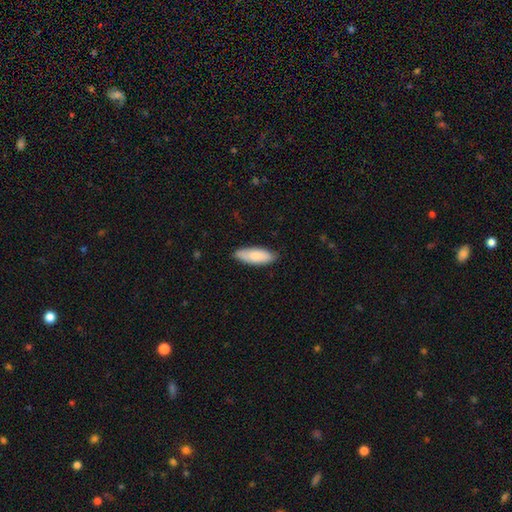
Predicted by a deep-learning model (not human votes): Smooth or featured?
  - smooth: 82% *
  - featured or disk: 13%
  - star or artifact: 5%
How rounded?
  - in between: 69% *
  - cigar-shaped: 29%
  - round: 2%
Merging?
  - none: 82% *
  - minor disturbance: 15%
  - major disturbance: 2%
  - merger: 1%